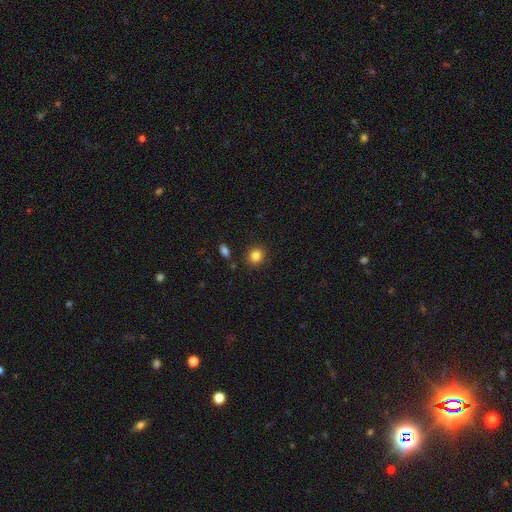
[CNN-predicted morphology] Smooth or featured? Predicted: smooth (p=0.85). How rounded? Predicted: round (p=0.76). Merging? Predicted: none (p=0.86).